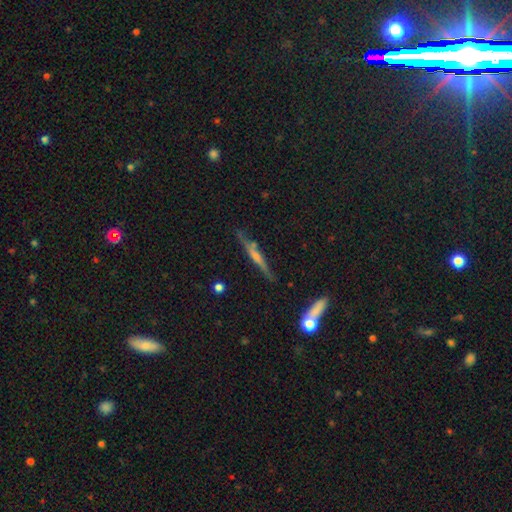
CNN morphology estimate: Smooth or featured? Predicted: featured or disk (p=0.65). Edge-on disk? Predicted: yes (p=0.95). Edge-on bulge? Predicted: rounded (p=0.48). Merging? Predicted: none (p=0.79).